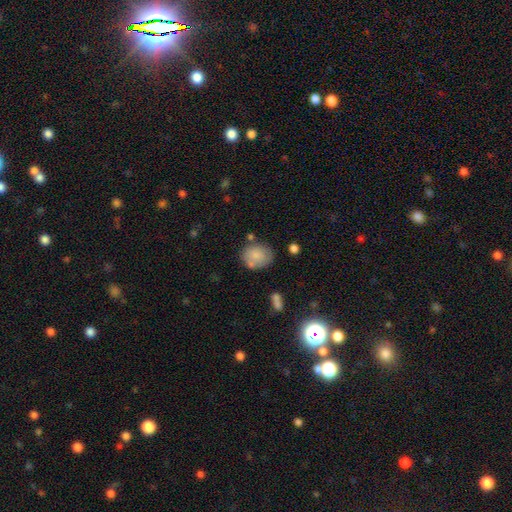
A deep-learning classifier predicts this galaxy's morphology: Smooth or featured? Predicted: smooth (p=0.80). How rounded? Predicted: round (p=0.58). Merging? Predicted: none (p=0.64).